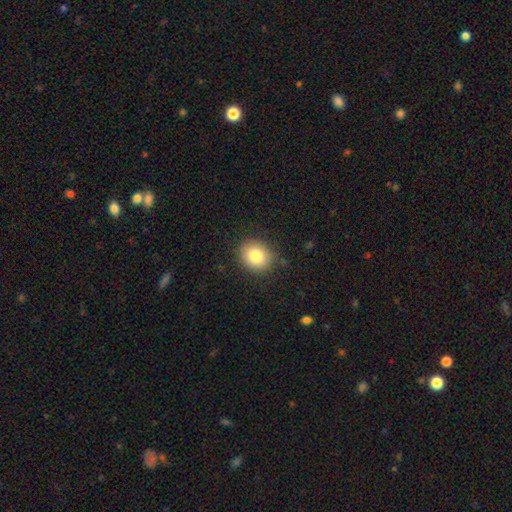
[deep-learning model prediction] Overall: smooth (82%). How rounded: round (73%). Merging: none (84%).